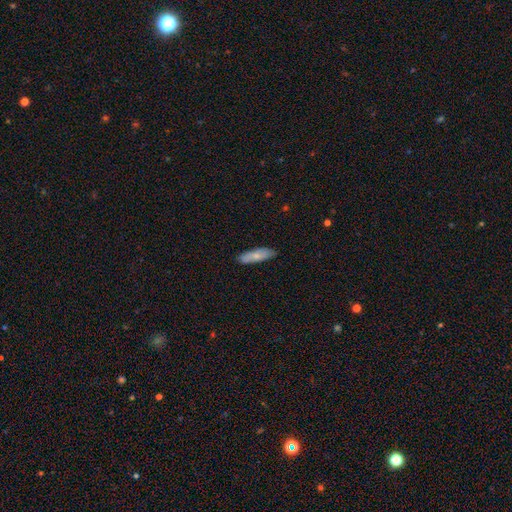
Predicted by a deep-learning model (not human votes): smooth-or-featured: smooth: 71% | featured or disk: 24% | star or artifact: 6%
  how-rounded: in between: 49% (tied) | cigar-shaped: 49% (tied) | round: 2%
  merging: none: 84% | minor disturbance: 13% | major disturbance: 2% | merger: 1%